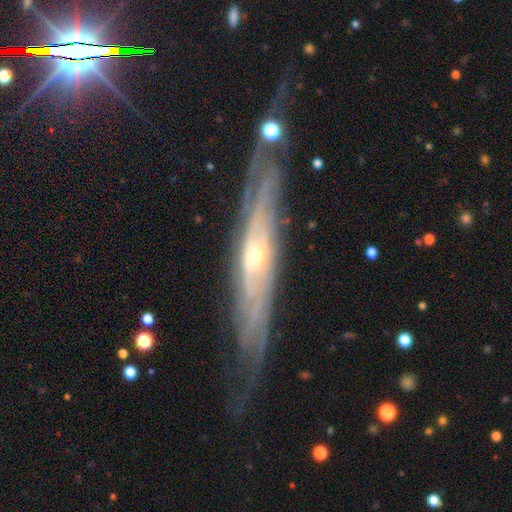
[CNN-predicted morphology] Smooth or featured? featured or disk (81%)
Edge-on disk? yes (59%)
Merging? none (73%)